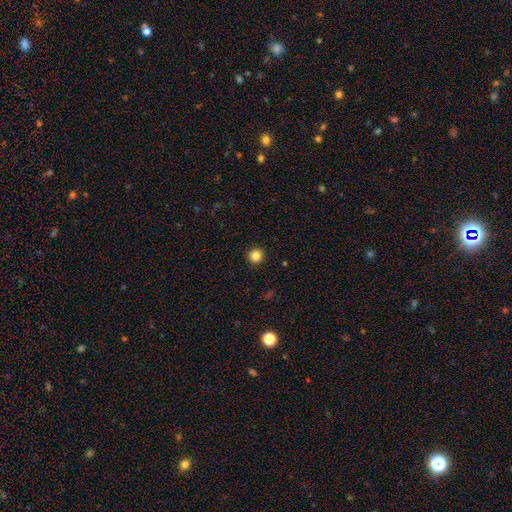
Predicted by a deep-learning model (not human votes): This is clearly a smooth galaxy (85%). How rounded: clearly round (94%). Merging: clearly none (93%).